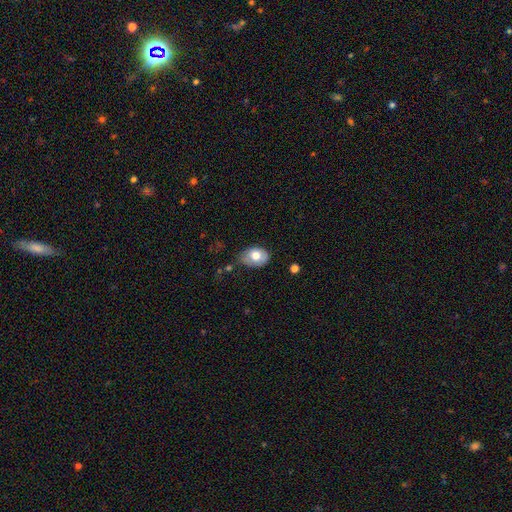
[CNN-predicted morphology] This is likely a smooth galaxy (71%). How rounded: likely in between (75%). Merging: possibly none (59%).